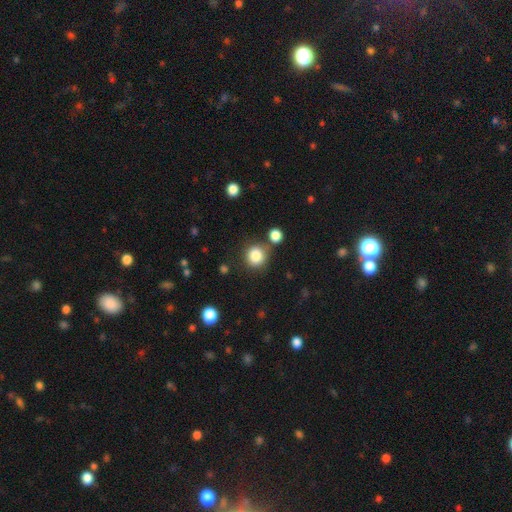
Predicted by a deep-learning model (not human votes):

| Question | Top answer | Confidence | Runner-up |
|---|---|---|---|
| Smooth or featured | smooth | 85% | star or artifact (10%) |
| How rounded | round | 90% | in between (10%) |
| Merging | none | 75% | merger (11%) |